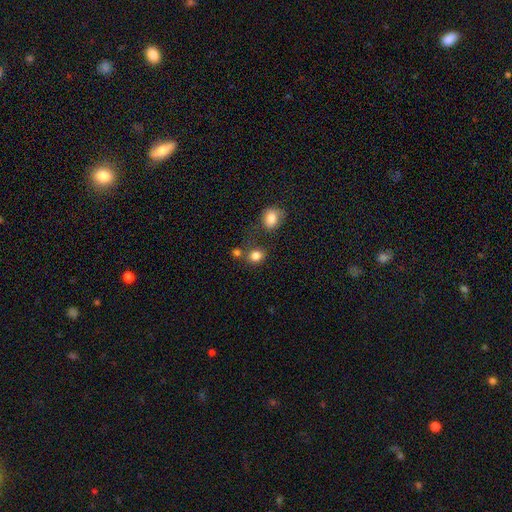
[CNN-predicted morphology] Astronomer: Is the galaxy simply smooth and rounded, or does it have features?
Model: smooth — 82%.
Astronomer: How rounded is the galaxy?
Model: round — 71%.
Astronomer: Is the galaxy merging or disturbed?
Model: none — 66%.